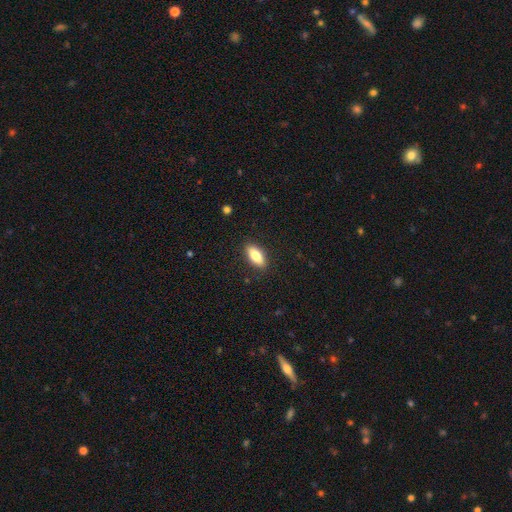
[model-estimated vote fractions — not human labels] smooth-or-featured: smooth: 79% | featured or disk: 14% | star or artifact: 7%
  how-rounded: in between: 81% | cigar-shaped: 16% | round: 3%
  merging: none: 88% | minor disturbance: 9% | major disturbance: 2% | merger: 1%